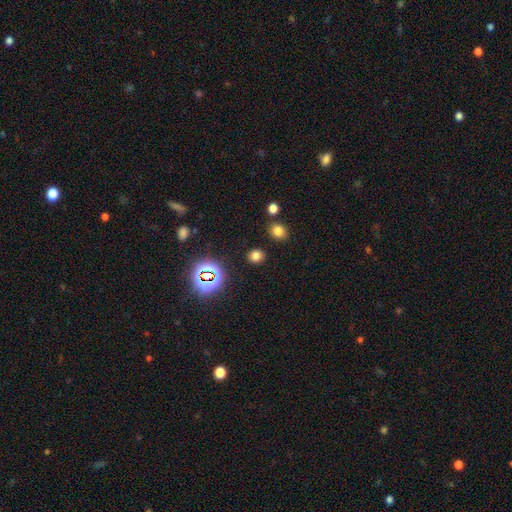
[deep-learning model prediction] This is likely a smooth galaxy (72%). How rounded: likely round (73%). Merging: clearly none (86%).